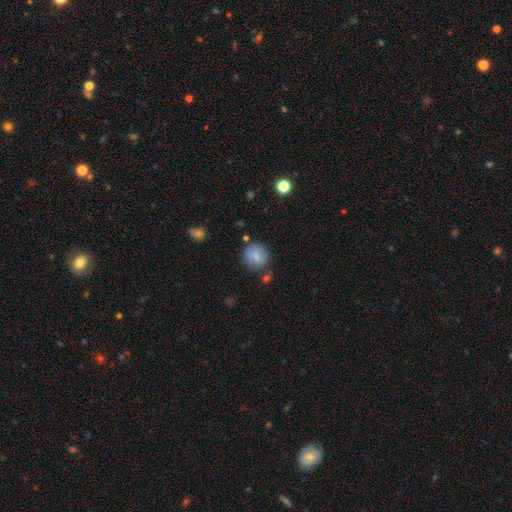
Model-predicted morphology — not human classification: smooth-or-featured: smooth: 77% | featured or disk: 14% | star or artifact: 9%
  how-rounded: round: 82% | in between: 16% | cigar-shaped: 1%
  merging: none: 70% | minor disturbance: 17% | merger: 7% | major disturbance: 5%